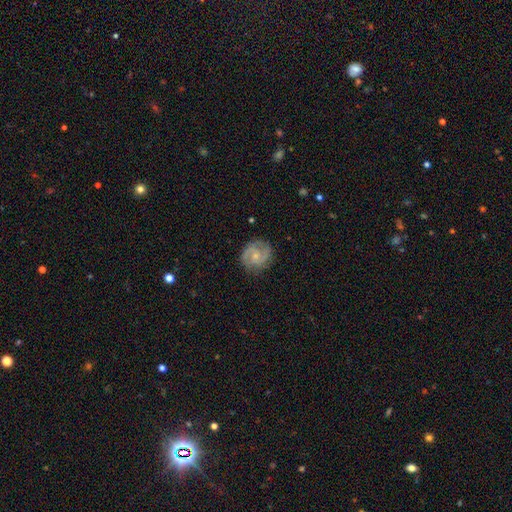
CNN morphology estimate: This is clearly a featured or disk galaxy (83%). It is clearly not viewed edge-on (98%). Bar: possibly no (58%). Spiral arm pattern: clearly yes (96%). Spiral arm count: clearly 2 (82%). Spiral winding: possibly tight (46%). Central bulge: likely small (60%). Merging: clearly none (81%).